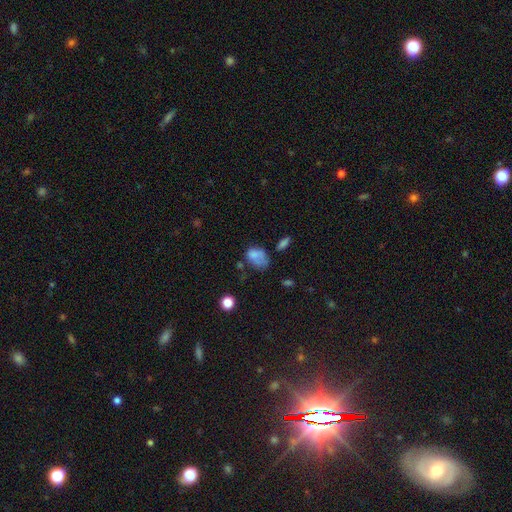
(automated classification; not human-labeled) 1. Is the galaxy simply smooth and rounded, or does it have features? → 71% smooth, 17% featured or disk, 12% star or artifact.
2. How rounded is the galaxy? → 79% in between, 19% round, 2% cigar-shaped.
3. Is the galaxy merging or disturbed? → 33% none, 32% minor disturbance, 26% major disturbance, 9% merger.